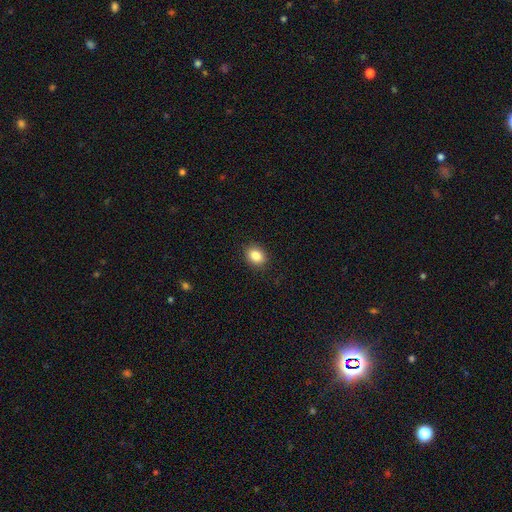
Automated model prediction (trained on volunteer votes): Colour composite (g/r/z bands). It shows a smooth galaxy with no disk features (86%) that is in between round and cigar-shaped (54%). Merging: none (90%).